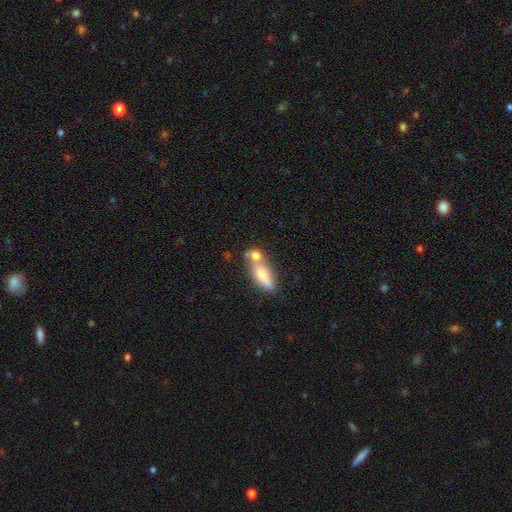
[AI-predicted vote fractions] Smooth or featured? smooth (72%)
How rounded? in between (57%)
Merging? merger (46%)